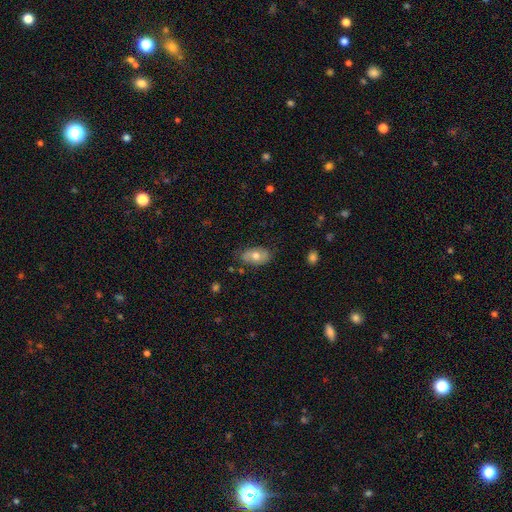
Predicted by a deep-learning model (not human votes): Morphology: type=smooth (65%); roundness=in between (91%); merging=none (76%).